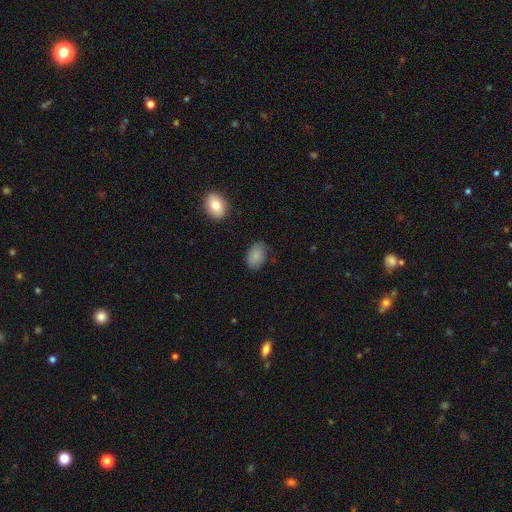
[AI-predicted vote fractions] This is clearly a smooth galaxy (87%). How rounded: clearly in between (85%). Merging: likely none (79%).